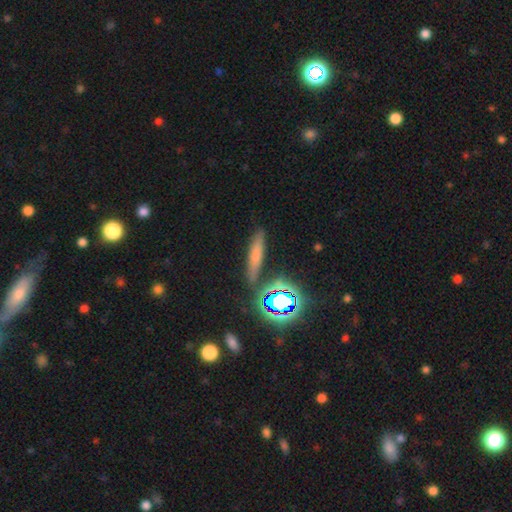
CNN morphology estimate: Smooth or featured?
  - smooth: 58% *
  - star or artifact: 22%
  - featured or disk: 20%
How rounded?
  - cigar-shaped: 81% *
  - in between: 13%
  - round: 5%
Merging?
  - none: 82% *
  - minor disturbance: 11%
  - merger: 4%
  - major disturbance: 3%